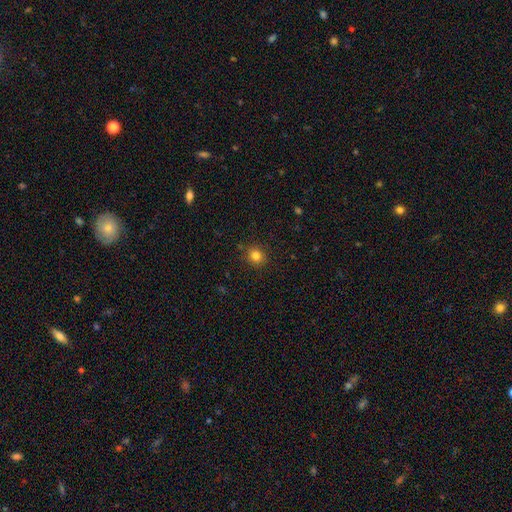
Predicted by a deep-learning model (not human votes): Overall: smooth (82%). How rounded: round (84%). Merging: none (88%).